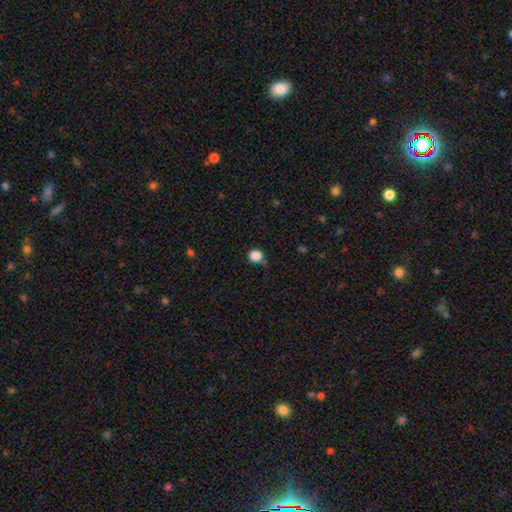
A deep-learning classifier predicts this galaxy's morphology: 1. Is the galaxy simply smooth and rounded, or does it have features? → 86% smooth, 11% star or artifact, 3% featured or disk.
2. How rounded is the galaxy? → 85% round, 14% in between, 1% cigar-shaped.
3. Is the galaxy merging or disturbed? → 71% none, 20% minor disturbance, 5% major disturbance, 3% merger.